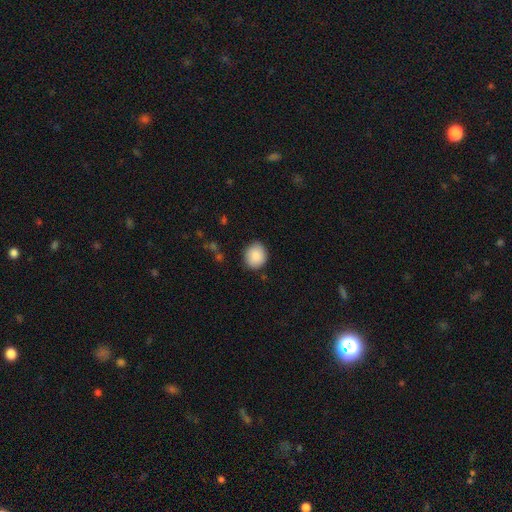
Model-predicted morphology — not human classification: A smooth galaxy with no disk features (88%) that is round (78%).

Vote fractions:
- Smooth or featured? smooth: 88% / star or artifact: 7% / featured or disk: 5%
- How rounded? round: 78% / in between: 21% / cigar-shaped: 1%
- Merging? none: 86% / minor disturbance: 10% / major disturbance: 2% / merger: 1%